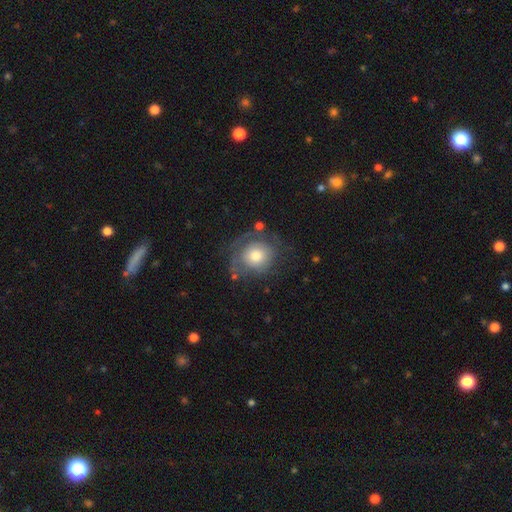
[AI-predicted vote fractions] A smooth galaxy with no disk features (61%) that is round (80%).

Vote fractions:
- Smooth or featured? smooth: 61% / featured or disk: 31% / star or artifact: 8%
- How rounded? round: 80% / in between: 20% / cigar-shaped: 1%
- Merging? none: 55% / minor disturbance: 24% / major disturbance: 18% / merger: 4%